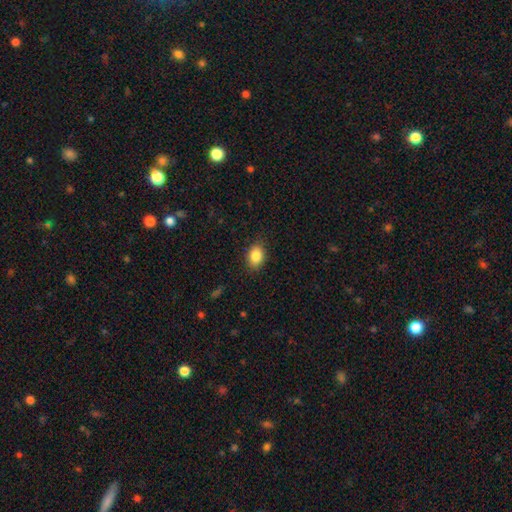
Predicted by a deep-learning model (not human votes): Q: Smooth or featured?
A: smooth (85%); runner-up: star or artifact (9%)
Q: How rounded?
A: in between (72%); runner-up: round (27%)
Q: Merging?
A: none (86%); runner-up: minor disturbance (10%)